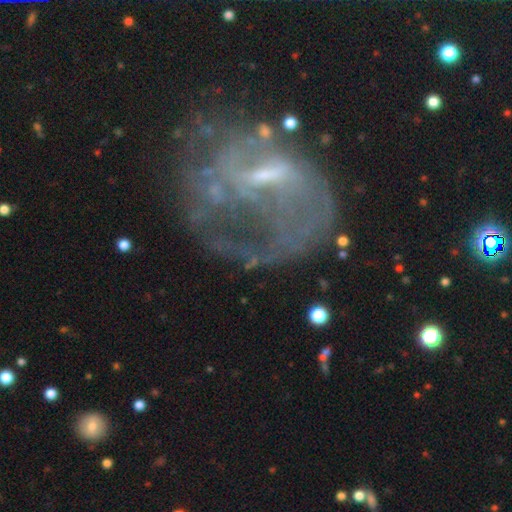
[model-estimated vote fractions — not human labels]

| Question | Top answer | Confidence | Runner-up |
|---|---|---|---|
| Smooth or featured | featured or disk | 73% | smooth (14%) |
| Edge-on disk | no | 96% | yes (4%) |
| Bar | weak | 46% | no (30%) |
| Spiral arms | yes | 53% | no (47%) |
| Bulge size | small | 49% | moderate (25%) |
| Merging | major disturbance | 40% | none (37%) |